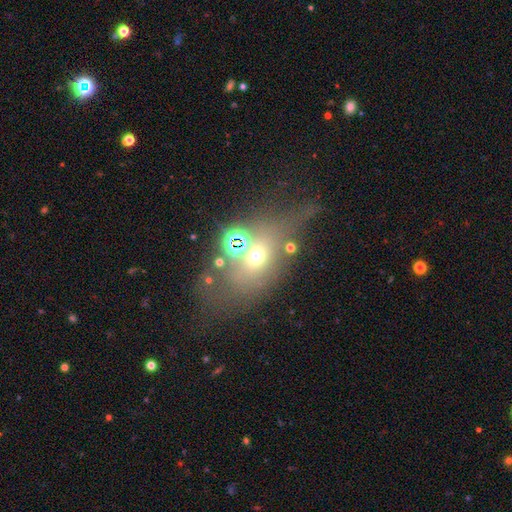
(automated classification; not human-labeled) Q: Smooth or featured?
A: smooth (51%); runner-up: star or artifact (26%)
Q: How rounded?
A: in between (62%); runner-up: round (34%)
Q: Merging?
A: none (46%); runner-up: major disturbance (19%)